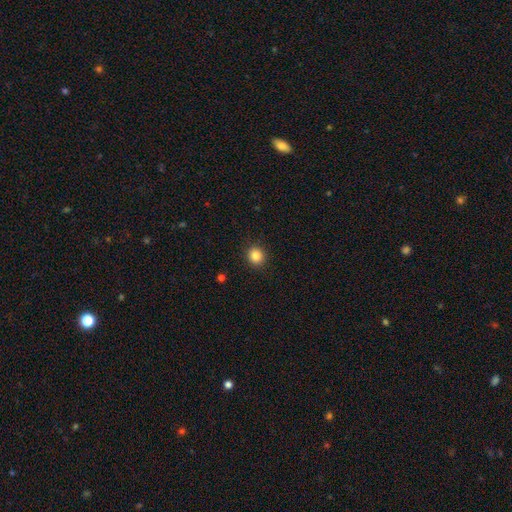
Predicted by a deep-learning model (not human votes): This is clearly a smooth galaxy (85%). How rounded: clearly round (88%). Merging: clearly none (91%).